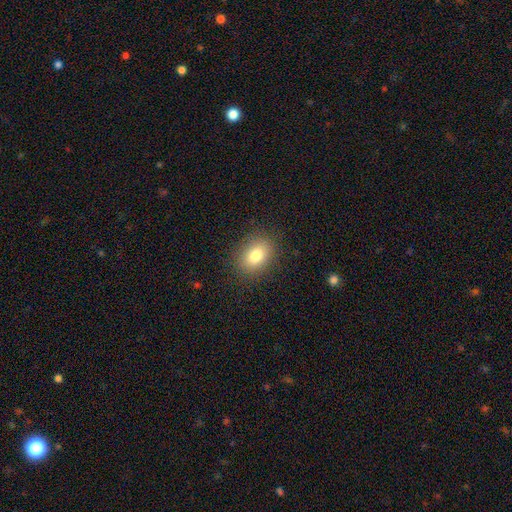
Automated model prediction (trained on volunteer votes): The model was most divided on "how rounded": in between: 74%, round: 25%, cigar-shaped: 1%. More confident: merging — none (87%); smooth or featured — smooth (81%).